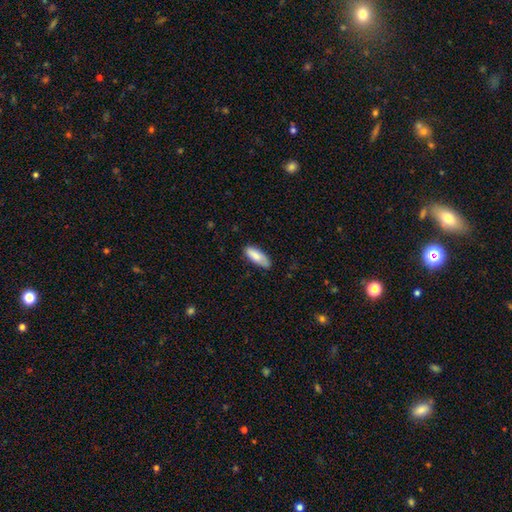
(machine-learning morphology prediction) The model was most divided on "how rounded": in between: 71%, cigar-shaped: 27%, round: 2%. More confident: smooth or featured — smooth (83%); merging — none (74%).